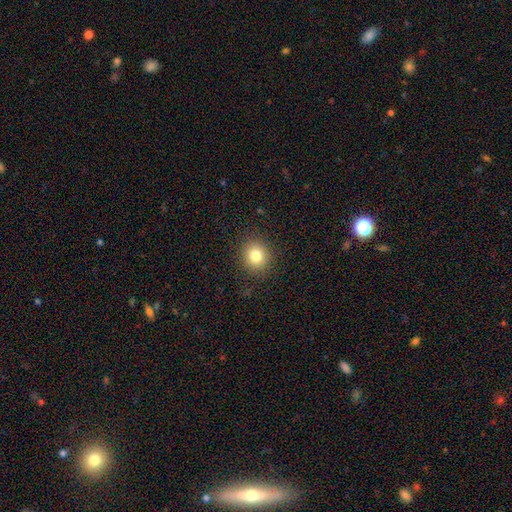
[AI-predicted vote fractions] A smooth galaxy with no disk features (81%) that is round (84%). Merging: none (89%).